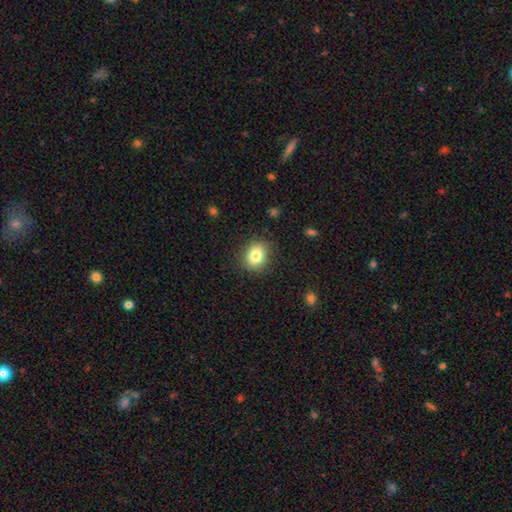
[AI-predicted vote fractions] This is clearly a smooth galaxy (83%). How rounded: possibly round (55%). Merging: clearly none (86%).